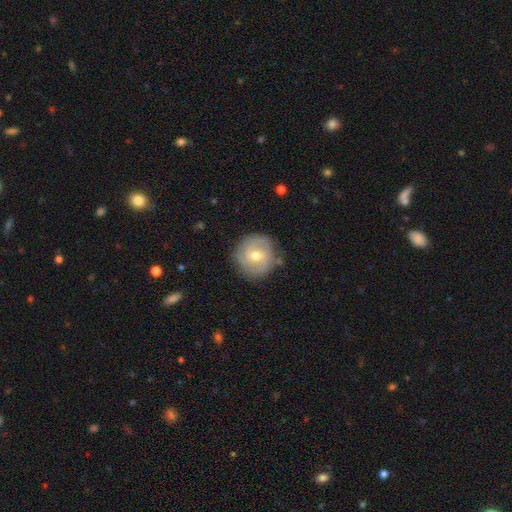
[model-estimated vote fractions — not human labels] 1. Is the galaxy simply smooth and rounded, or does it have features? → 65% featured or disk, 28% smooth, 7% star or artifact.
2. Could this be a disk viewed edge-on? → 97% no, 3% yes.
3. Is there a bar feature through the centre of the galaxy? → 46% weak, 44% no, 10% strong.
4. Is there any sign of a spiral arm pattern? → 84% yes, 16% no.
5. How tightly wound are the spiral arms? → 49% tight, 37% medium, 13% loose.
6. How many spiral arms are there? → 51% 2, 24% can't tell, 15% 3, 4% 1, 4% 4, 3% more than 4.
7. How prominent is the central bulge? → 73% moderate, 22% small, 4% large, 1% none, 1% dominant.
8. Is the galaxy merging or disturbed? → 80% none, 15% minor disturbance, 4% major disturbance, 2% merger.